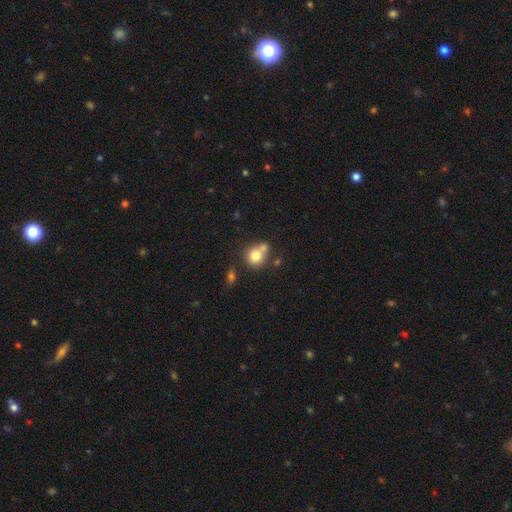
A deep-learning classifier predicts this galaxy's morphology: Smooth or featured: smooth — 77% (featured or disk — 12%)
How rounded: round — 79% (in between — 20%)
Merging: none — 47% (merger — 36%)